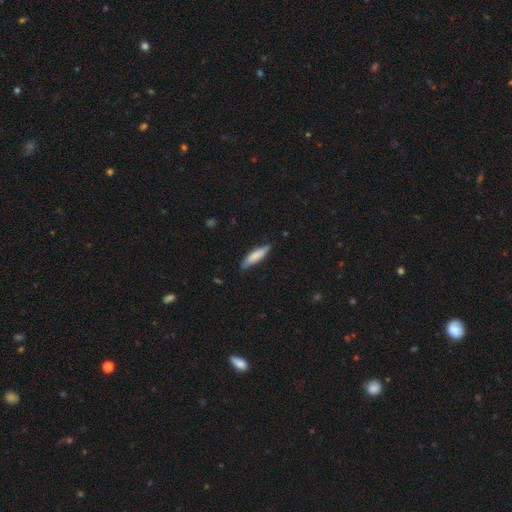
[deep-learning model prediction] smooth 80%, featured or disk 15%, star or artifact 5%. Down the decision tree: how rounded — cigar-shaped (74%); merging — none (81%).